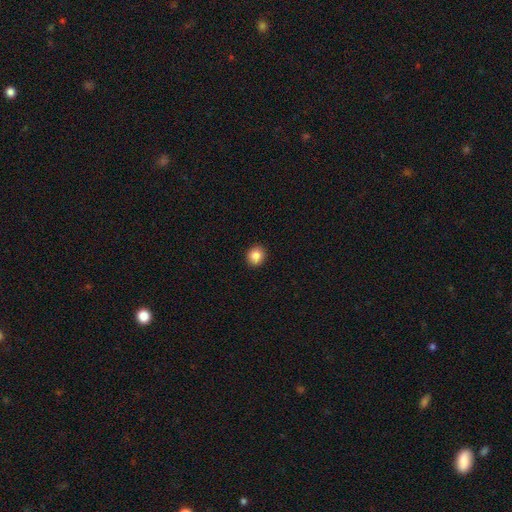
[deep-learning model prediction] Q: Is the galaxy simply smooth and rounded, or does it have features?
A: smooth — 85%.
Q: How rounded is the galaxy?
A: round — 81%.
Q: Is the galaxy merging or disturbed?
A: none — 93%.